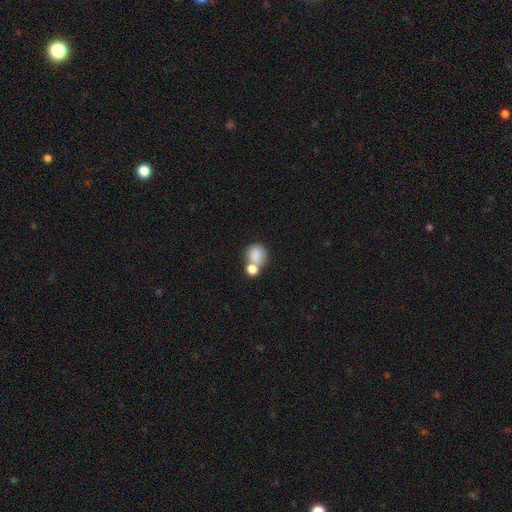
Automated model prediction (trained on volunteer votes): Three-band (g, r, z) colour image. It shows a smooth galaxy with no disk features (82%) that is round (75%). Merging: merger (44%).